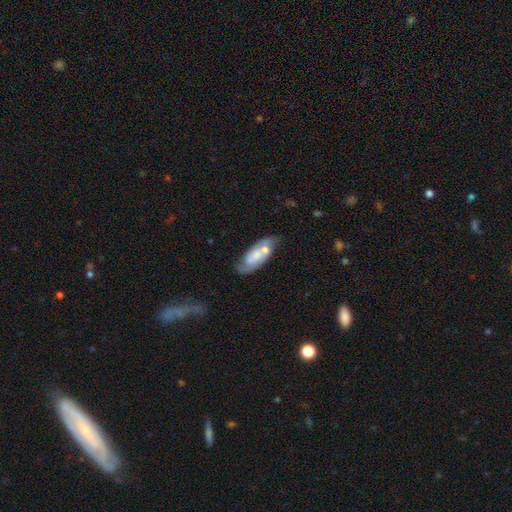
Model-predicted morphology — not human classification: Smooth or featured? Predicted: featured or disk (p=0.53). Edge-on disk? Predicted: no (p=0.88). Merging? Predicted: none (p=0.49).